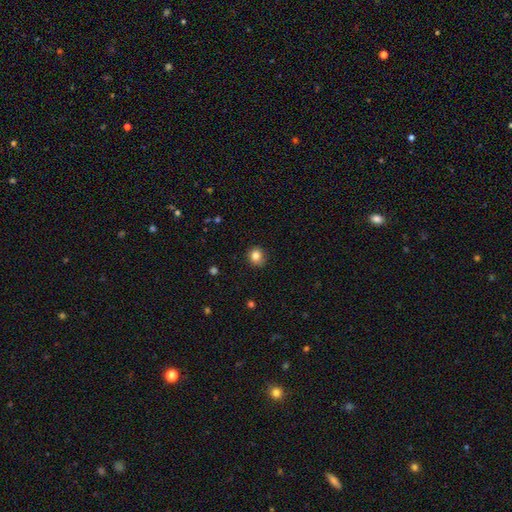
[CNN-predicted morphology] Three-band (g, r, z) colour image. It shows a smooth galaxy with no disk features (84%) that is round (81%). Merging: none (82%).